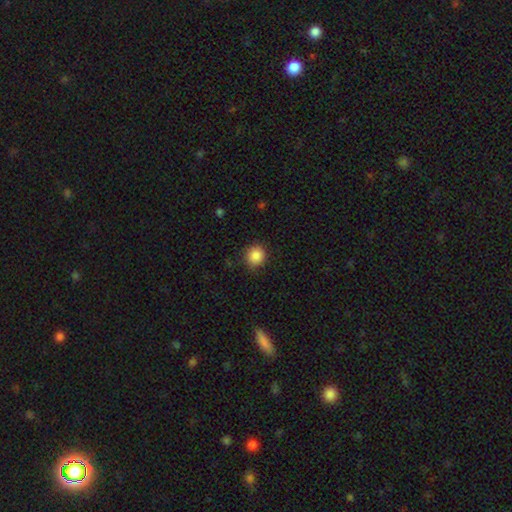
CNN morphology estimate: Q: Smooth or featured?
A: smooth (87%); runner-up: star or artifact (10%)
Q: How rounded?
A: round (90%); runner-up: in between (9%)
Q: Merging?
A: none (86%); runner-up: minor disturbance (10%)